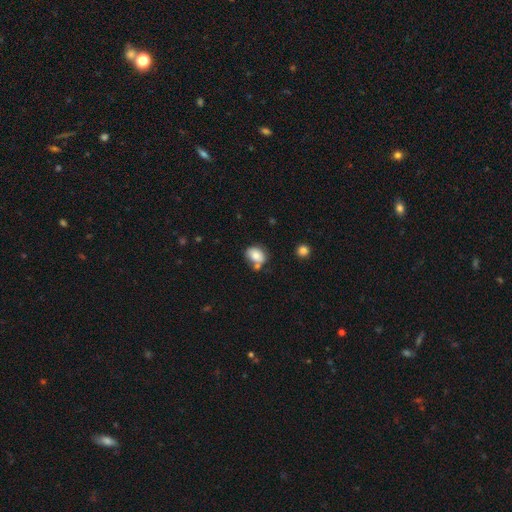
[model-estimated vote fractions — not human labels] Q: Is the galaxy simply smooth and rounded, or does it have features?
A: smooth — 79%.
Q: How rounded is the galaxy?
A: in between — 67%.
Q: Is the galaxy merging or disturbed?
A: none — 54%.